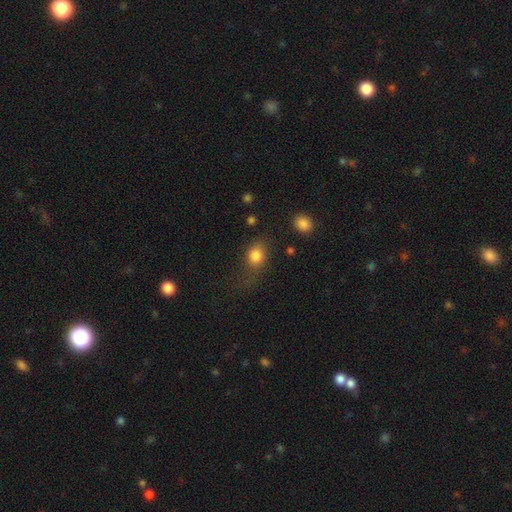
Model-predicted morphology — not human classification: This is clearly a smooth galaxy (82%). How rounded: possibly in between (49%, tied with round). Merging: possibly none (50%).